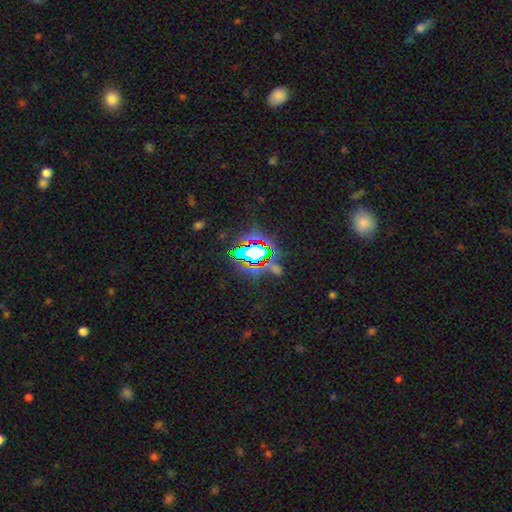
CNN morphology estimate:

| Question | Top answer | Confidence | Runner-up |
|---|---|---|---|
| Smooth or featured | star or artifact | 78% | smooth (13%) |